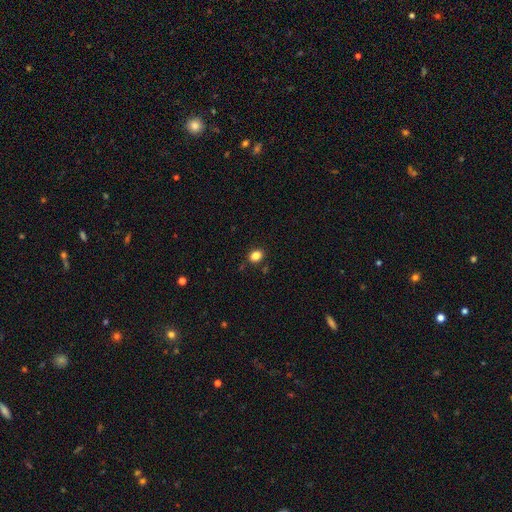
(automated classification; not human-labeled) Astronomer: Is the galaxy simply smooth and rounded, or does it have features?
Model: smooth — 84%.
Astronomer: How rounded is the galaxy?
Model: in between — 53% (runner-up: round, 46%).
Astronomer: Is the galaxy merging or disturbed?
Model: none — 87%.